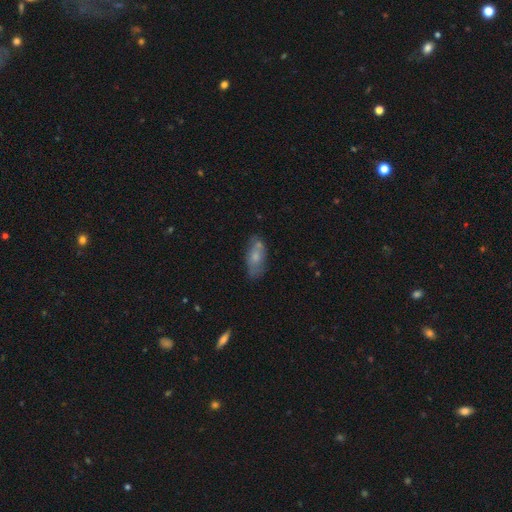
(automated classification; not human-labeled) A smooth galaxy with no disk features (60%) that is in between round and cigar-shaped (81%). Merging: none (62%).